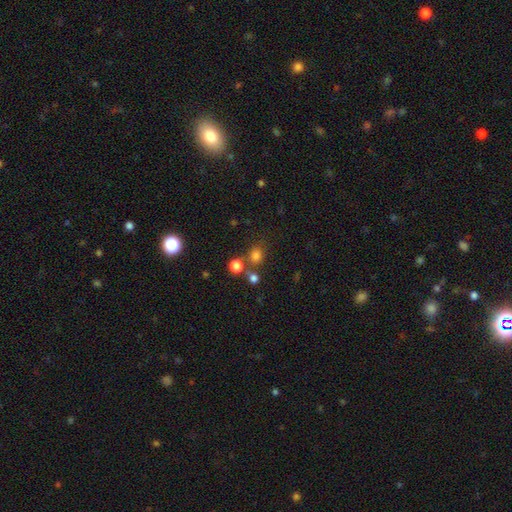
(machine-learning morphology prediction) Smooth or featured? smooth (75%)
How rounded? round (80%)
Merging? none (69%)